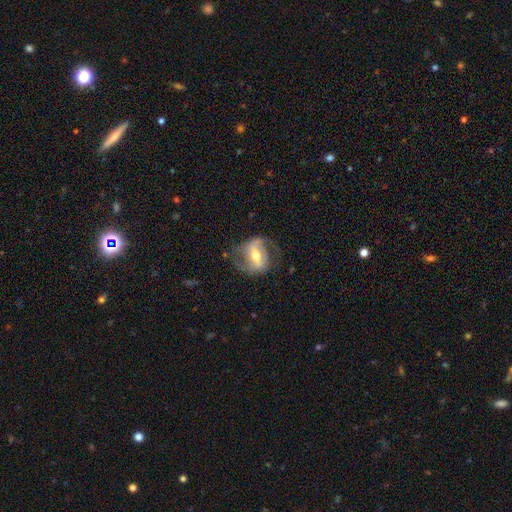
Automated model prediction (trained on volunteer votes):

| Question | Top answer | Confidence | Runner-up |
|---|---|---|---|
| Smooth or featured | featured or disk | 80% | smooth (15%) |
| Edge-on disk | no | 95% | yes (5%) |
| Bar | strong | 53% | weak (34%) |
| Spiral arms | yes | 86% | no (14%) |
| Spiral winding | medium | 46% | loose (36%) |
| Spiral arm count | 2 | 85% | can't tell (7%) |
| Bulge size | moderate | 69% | small (22%) |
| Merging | none | 66% | minor disturbance (19%) |